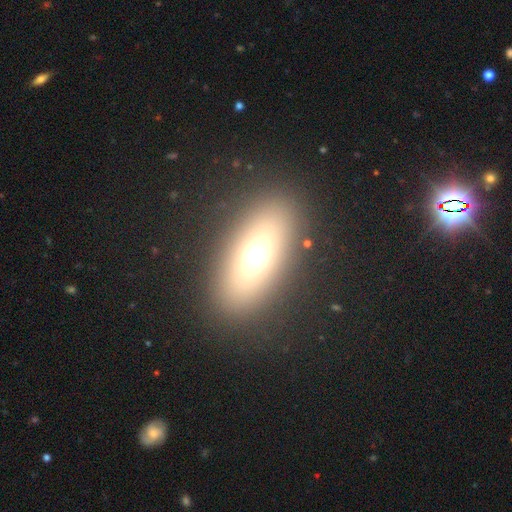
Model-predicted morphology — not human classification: This is likely a smooth galaxy (63%). How rounded: likely in between (75%). Merging: clearly none (88%).